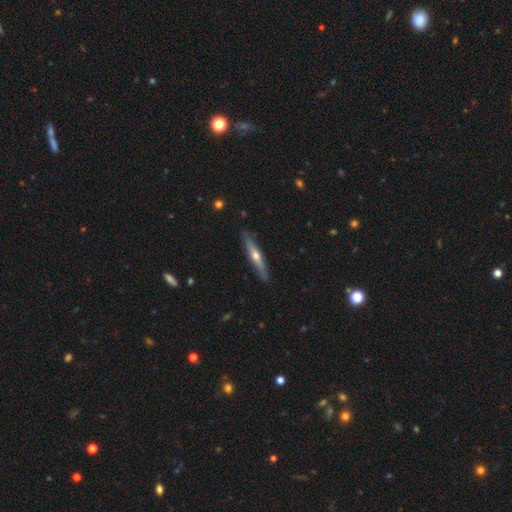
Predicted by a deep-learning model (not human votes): Morphology: type=featured or disk (61%); edge-on=yes (93%); edge-on bulge=rounded (86%); merging=none (88%).